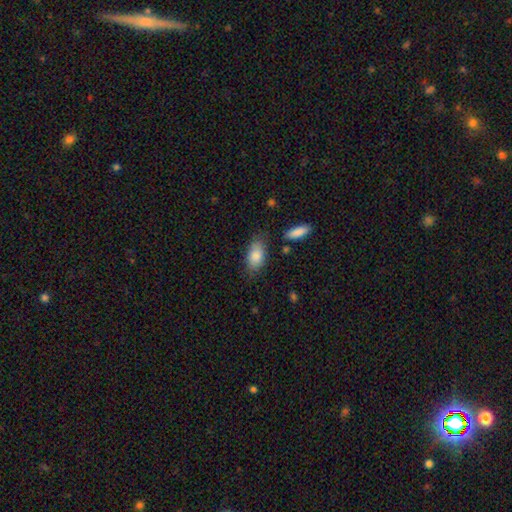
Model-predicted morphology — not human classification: smooth-or-featured: smooth: 85% | featured or disk: 9% | star or artifact: 7%
  how-rounded: in between: 90% | round: 5% | cigar-shaped: 5%
  merging: none: 71% | minor disturbance: 20% | major disturbance: 5% | merger: 4%